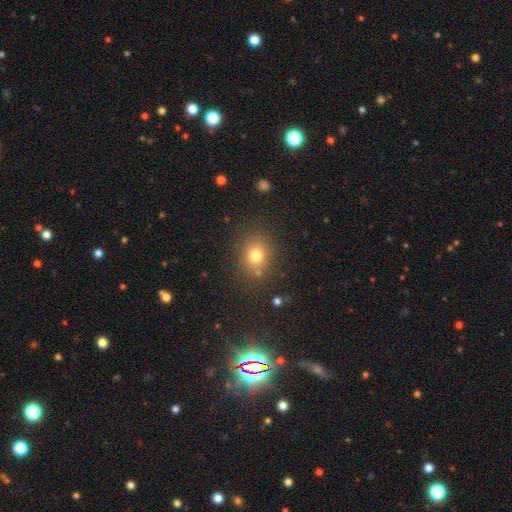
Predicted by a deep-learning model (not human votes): Smooth or featured: smooth — 76% (star or artifact — 15%)
How rounded: round — 65% (in between — 34%)
Merging: none — 80% (minor disturbance — 11%)